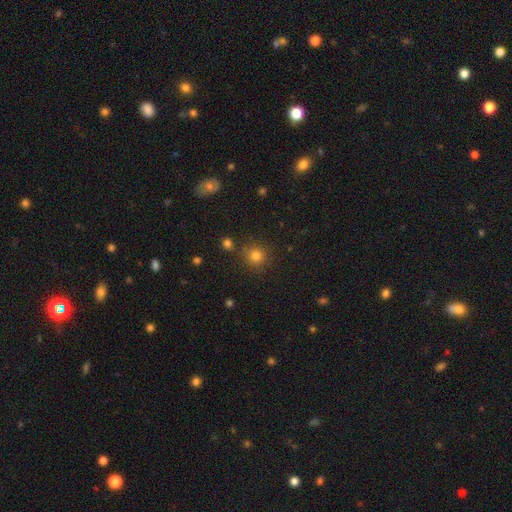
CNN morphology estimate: Q: Smooth or featured?
A: smooth (80%); runner-up: star or artifact (14%)
Q: How rounded?
A: round (92%); runner-up: in between (7%)
Q: Merging?
A: none (82%); runner-up: minor disturbance (9%)